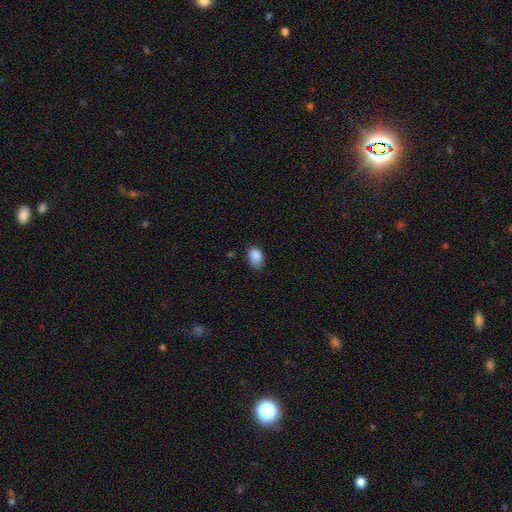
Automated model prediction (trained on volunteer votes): smooth_or_featured: smooth (p=0.88) [alt: star or artifact p=0.08]
how_rounded: in between (p=0.84) [alt: round p=0.15]
merging: none (p=0.69) [alt: minor disturbance p=0.25]